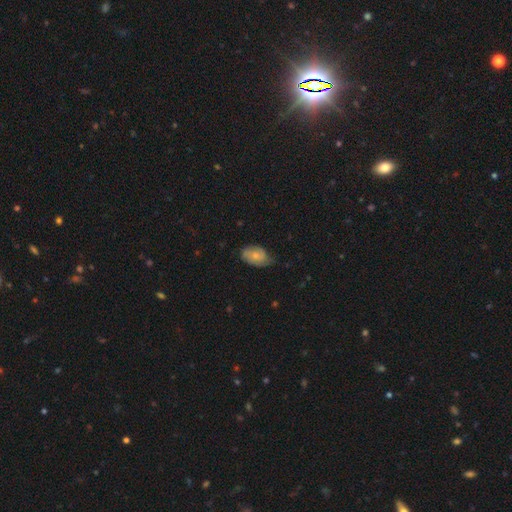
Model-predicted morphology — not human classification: The model was most divided on "merging": none: 58%, minor disturbance: 34%, major disturbance: 7%, merger: 1%. More confident: how rounded — in between (89%); smooth or featured — smooth (61%).